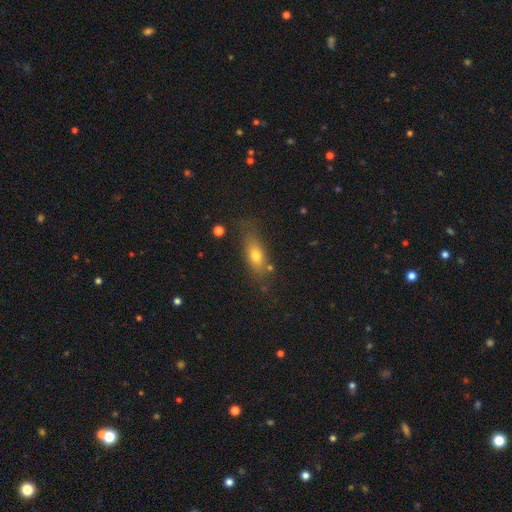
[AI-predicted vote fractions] Morphology: type=smooth (70%); roundness=in between (66%); merging=none (66%).